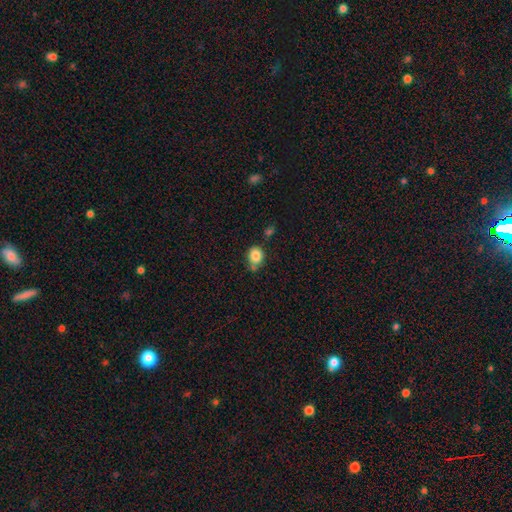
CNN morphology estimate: Smooth or featured? Predicted: smooth (p=0.84). How rounded? Predicted: round (p=0.51). Merging? Predicted: none (p=0.60).